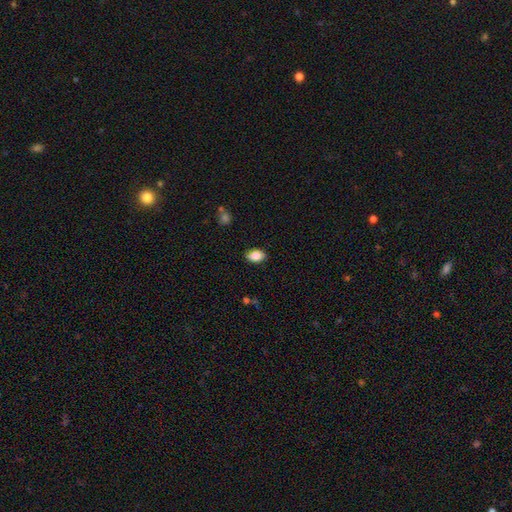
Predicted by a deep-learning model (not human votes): A smooth galaxy with no disk features (87%) that is in between round and cigar-shaped (86%).

Vote fractions:
- Smooth or featured? smooth: 87% / star or artifact: 8% / featured or disk: 6%
- How rounded? in between: 86% / round: 13% / cigar-shaped: 1%
- Merging? none: 87% / minor disturbance: 10% / major disturbance: 2% / merger: 1%